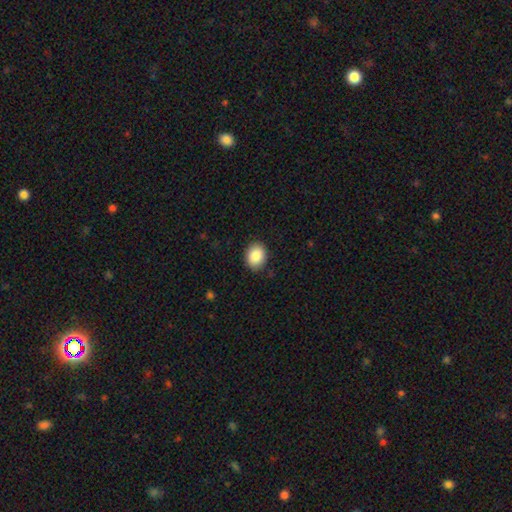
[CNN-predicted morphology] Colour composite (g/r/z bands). It shows a smooth galaxy with no disk features (88%) that is in between round and cigar-shaped (56%). Merging: none (88%).